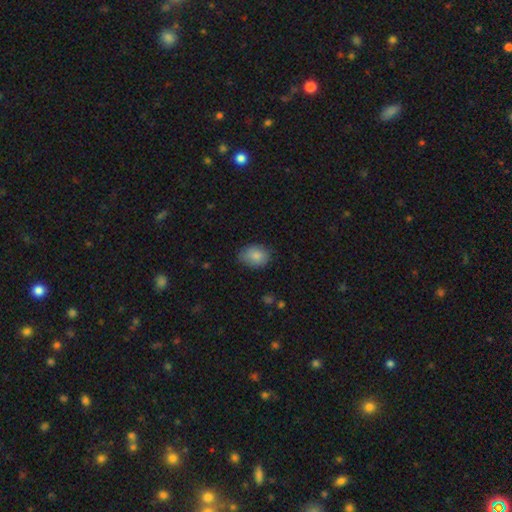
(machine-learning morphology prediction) smooth-or-featured: smooth: 83% | featured or disk: 9% | star or artifact: 8%
  how-rounded: in between: 64% | round: 35% | cigar-shaped: 1%
  merging: none: 72% | minor disturbance: 23% | major disturbance: 4% | merger: 1%